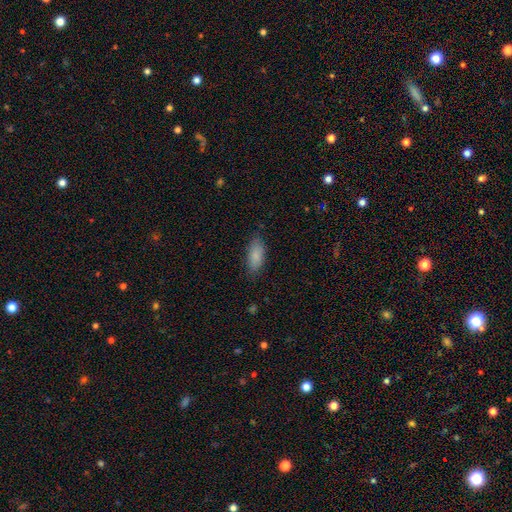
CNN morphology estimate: This appears to be a smooth galaxy with no disk features (85%) that is in between round and cigar-shaped (85%). Merging: none (80%).